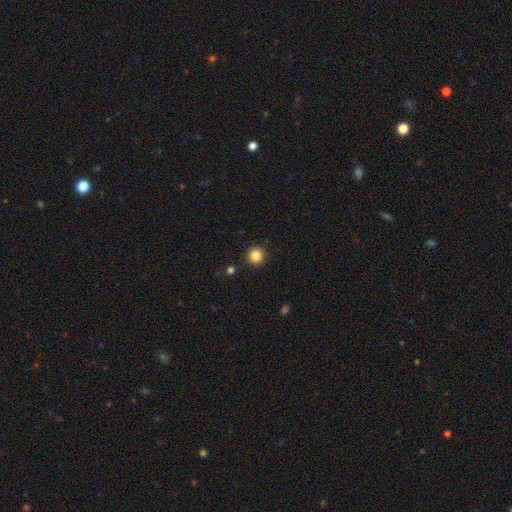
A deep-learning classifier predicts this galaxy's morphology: Smooth or featured: smooth — 85% (star or artifact — 11%)
How rounded: round — 94% (in between — 5%)
Merging: none — 91% (minor disturbance — 6%)